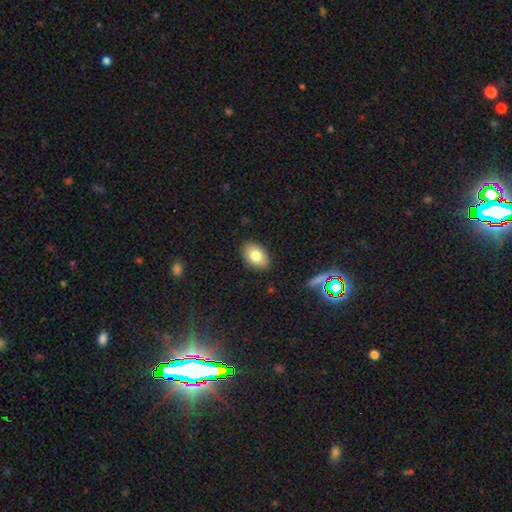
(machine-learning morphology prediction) Smooth or featured?
  - smooth: 80% *
  - featured or disk: 12%
  - star or artifact: 8%
How rounded?
  - in between: 87% *
  - round: 11%
  - cigar-shaped: 1%
Merging?
  - none: 88% *
  - minor disturbance: 9%
  - major disturbance: 2%
  - merger: 1%